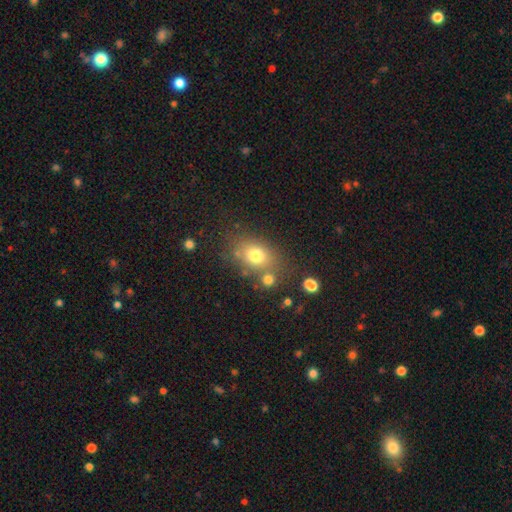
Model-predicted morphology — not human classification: Q: Smooth or featured?
A: smooth (74%); runner-up: featured or disk (13%)
Q: How rounded?
A: in between (61%); runner-up: round (38%)
Q: Merging?
A: none (66%); runner-up: minor disturbance (14%)